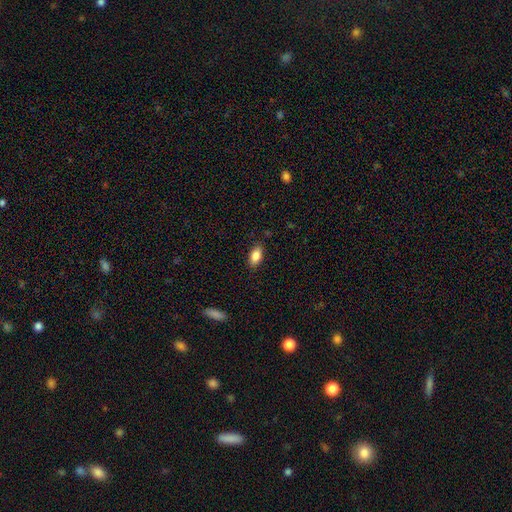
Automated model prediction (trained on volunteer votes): smooth-or-featured: smooth: 85% | star or artifact: 8% | featured or disk: 7%
  how-rounded: in between: 89% | cigar-shaped: 6% | round: 5%
  merging: none: 85% | minor disturbance: 11% | major disturbance: 2% | merger: 1%